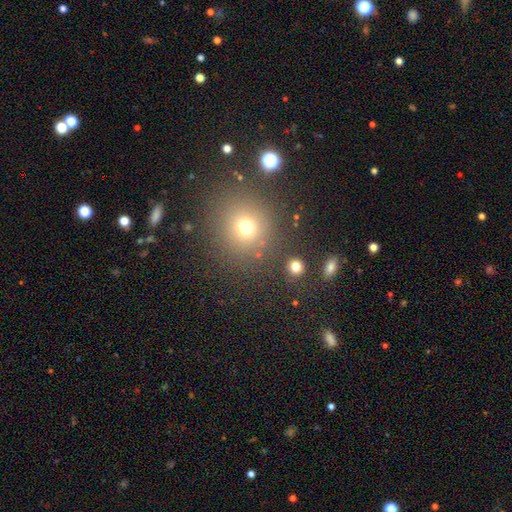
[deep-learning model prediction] A smooth galaxy with no disk features (55%) that is round (90%).

Vote fractions:
- Smooth or featured? smooth: 55% / star or artifact: 36% / featured or disk: 9%
- How rounded? round: 90% / in between: 9% / cigar-shaped: 1%
- Merging? none: 86% / minor disturbance: 7% / merger: 3% / major disturbance: 3%